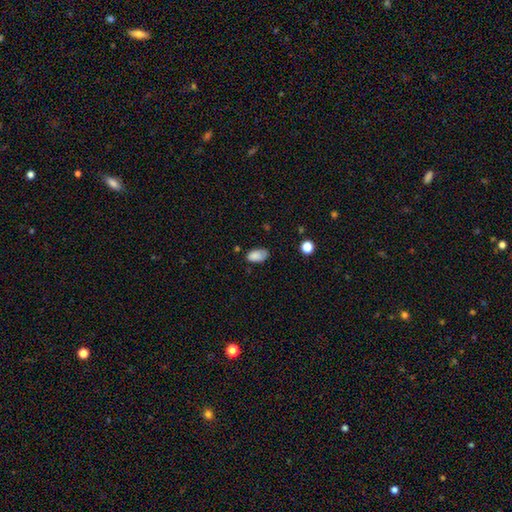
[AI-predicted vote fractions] Overall: smooth (83%). How rounded: in between (93%). Merging: none (61%; minor disturbance 29%).